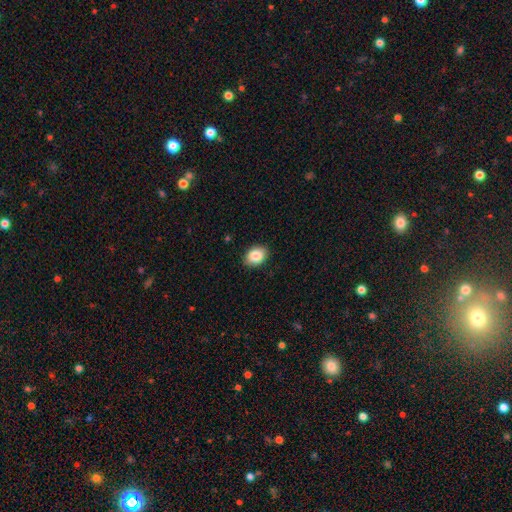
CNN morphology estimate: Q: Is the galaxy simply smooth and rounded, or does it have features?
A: smooth — 86%.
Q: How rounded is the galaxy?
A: in between — 67%.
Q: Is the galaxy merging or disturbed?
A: none — 89%.